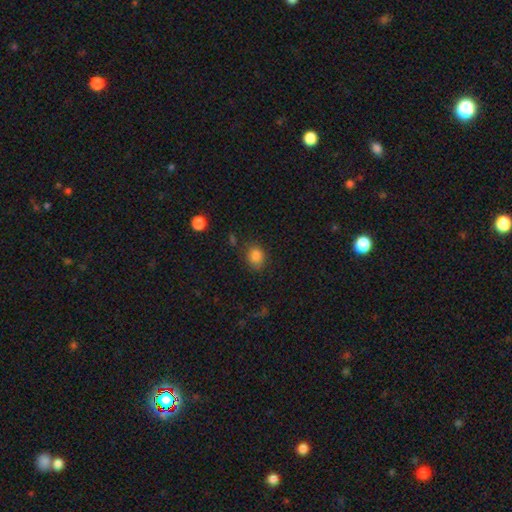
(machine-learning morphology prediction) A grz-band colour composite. It shows a smooth galaxy with no disk features (85%) that is round (52%). Merging: none (78%).